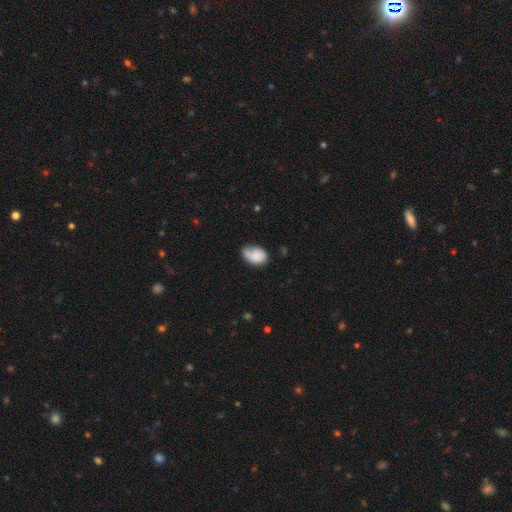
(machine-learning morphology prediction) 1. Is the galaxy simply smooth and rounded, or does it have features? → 74% smooth, 18% featured or disk, 8% star or artifact.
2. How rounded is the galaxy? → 79% in between, 19% round, 1% cigar-shaped.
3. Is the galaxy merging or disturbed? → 41% none, 37% minor disturbance, 15% major disturbance, 8% merger.